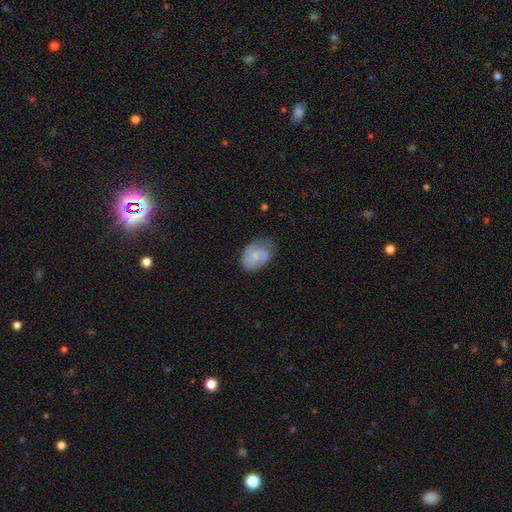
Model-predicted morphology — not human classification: Smooth or featured: smooth — 54% (featured or disk — 39%)
How rounded: in between — 74% (round — 25%)
Merging: none — 59% (minor disturbance — 29%)